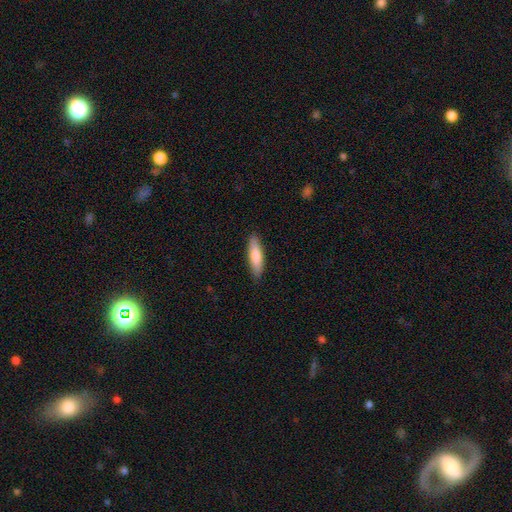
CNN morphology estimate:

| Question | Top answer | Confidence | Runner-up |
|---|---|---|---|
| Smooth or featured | smooth | 77% | featured or disk (18%) |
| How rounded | cigar-shaped | 71% | in between (28%) |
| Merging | none | 89% | minor disturbance (8%) |